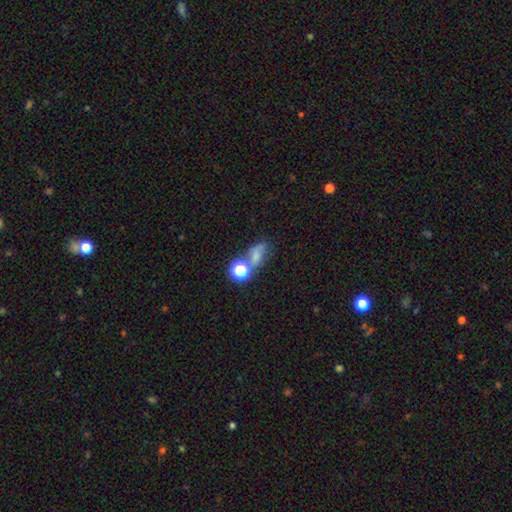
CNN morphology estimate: A smooth galaxy with no disk features (61%) that is in between round and cigar-shaped (63%).

Vote fractions:
- Smooth or featured? smooth: 61% / star or artifact: 24% / featured or disk: 14%
- How rounded? in between: 63% / round: 32% / cigar-shaped: 5%
- Merging? none: 40% / merger: 29% / minor disturbance: 17% / major disturbance: 14%